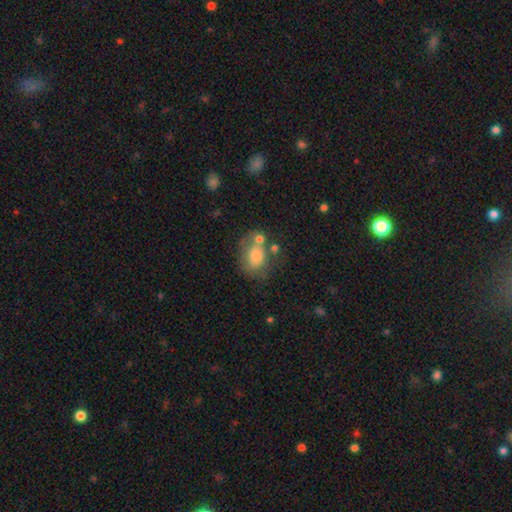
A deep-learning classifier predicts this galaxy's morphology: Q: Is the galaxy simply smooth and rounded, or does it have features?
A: smooth — 73%.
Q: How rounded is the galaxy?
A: in between — 66%.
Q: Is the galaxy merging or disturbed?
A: none — 42%.